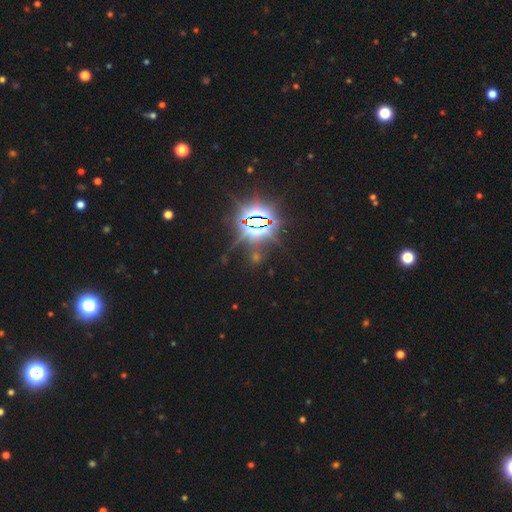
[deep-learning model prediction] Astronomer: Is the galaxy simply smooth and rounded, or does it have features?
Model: star or artifact — 84%.